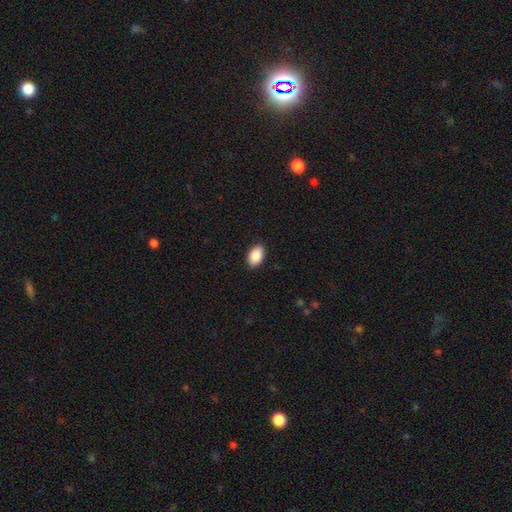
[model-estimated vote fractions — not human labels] Q: Smooth or featured?
A: smooth (90%); runner-up: star or artifact (6%)
Q: How rounded?
A: in between (92%); runner-up: round (7%)
Q: Merging?
A: none (89%); runner-up: minor disturbance (8%)